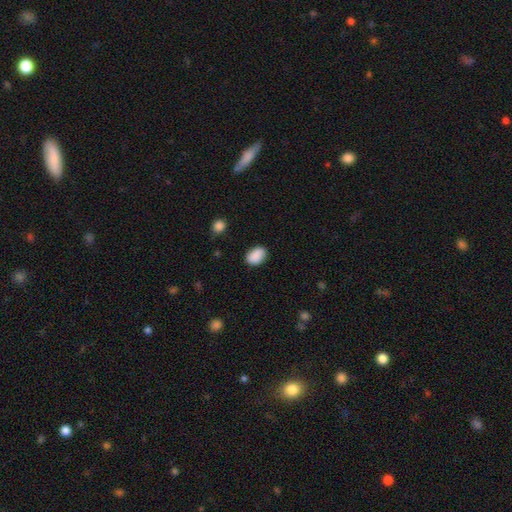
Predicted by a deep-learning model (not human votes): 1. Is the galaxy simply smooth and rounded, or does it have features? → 89% smooth, 7% star or artifact, 4% featured or disk.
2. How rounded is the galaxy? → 81% in between, 18% round, 1% cigar-shaped.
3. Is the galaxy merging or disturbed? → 82% none, 13% minor disturbance, 3% major disturbance, 1% merger.